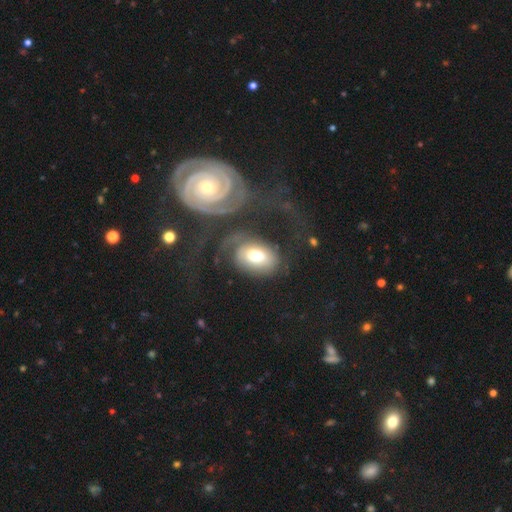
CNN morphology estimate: smooth 52%, featured or disk 40%, star or artifact 7%. Down the decision tree: how rounded — in between (79%); merging — none (43%).